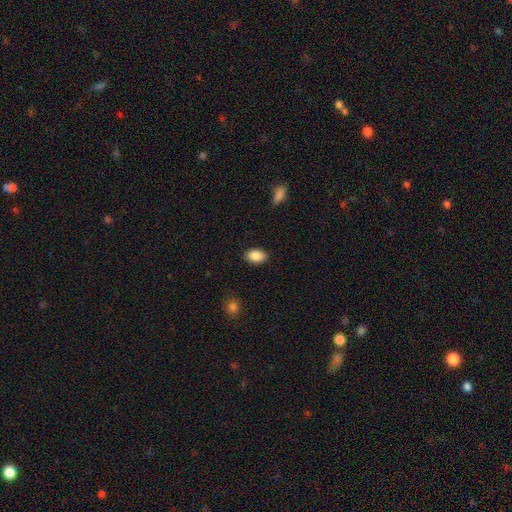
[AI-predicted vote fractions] A smooth galaxy with no disk features (89%) that is in between round and cigar-shaped (87%). Merging: none (88%).